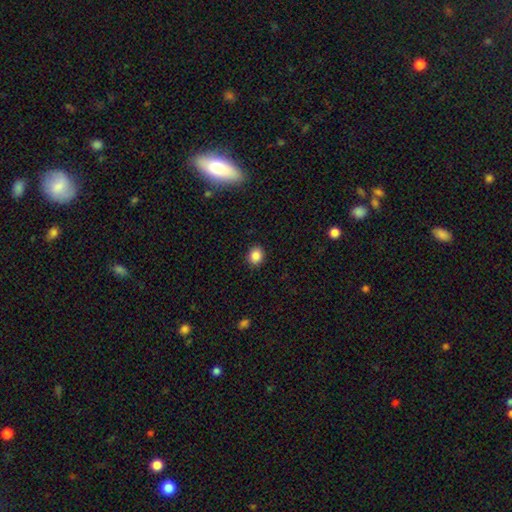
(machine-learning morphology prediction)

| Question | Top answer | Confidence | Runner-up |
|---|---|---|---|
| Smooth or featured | smooth | 86% | star or artifact (10%) |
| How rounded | round | 69% | in between (30%) |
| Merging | none | 90% | minor disturbance (7%) |